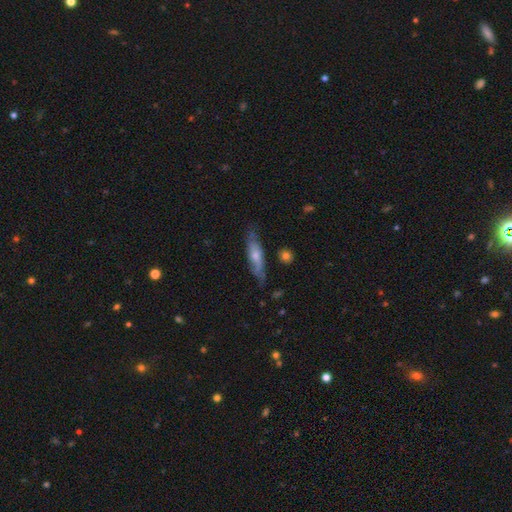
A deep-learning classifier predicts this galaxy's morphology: Q: Smooth or featured?
A: smooth (48%); runner-up: featured or disk (46%)
Q: Merging?
A: none (64%); runner-up: minor disturbance (26%)